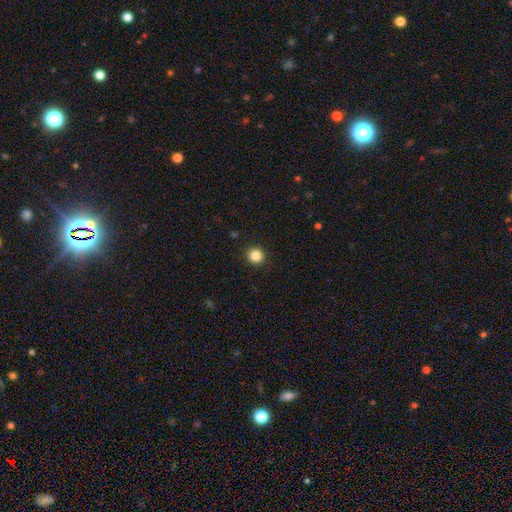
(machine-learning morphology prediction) This appears to be a smooth galaxy with no disk features (85%) that is round (94%). Merging: none (92%).